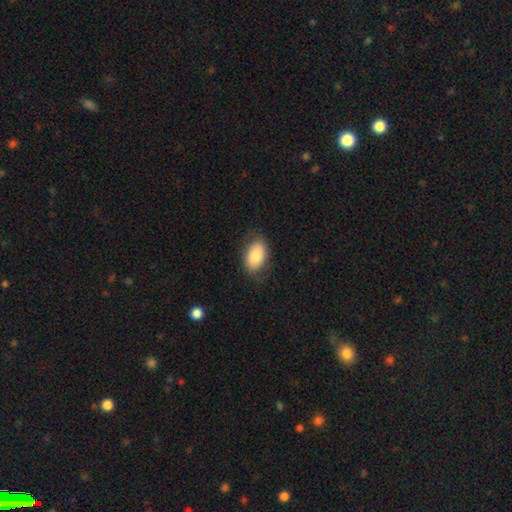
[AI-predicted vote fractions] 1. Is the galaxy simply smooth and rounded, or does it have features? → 80% smooth, 14% featured or disk, 6% star or artifact.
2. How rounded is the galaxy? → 90% in between, 9% round, 1% cigar-shaped.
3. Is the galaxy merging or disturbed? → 75% none, 18% minor disturbance, 5% major disturbance, 1% merger.